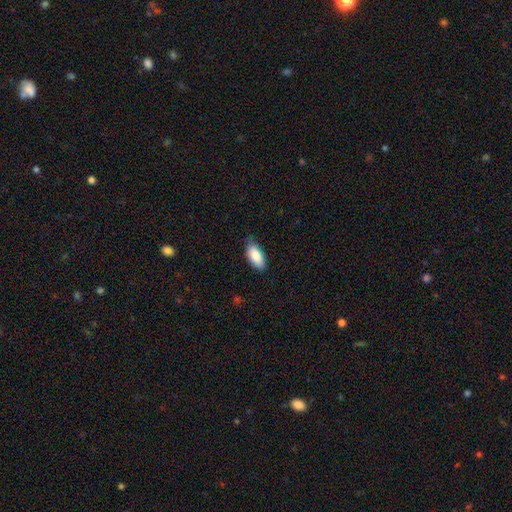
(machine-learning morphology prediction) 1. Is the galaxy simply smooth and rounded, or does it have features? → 86% smooth, 8% featured or disk, 6% star or artifact.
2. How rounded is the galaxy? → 89% in between, 8% cigar-shaped, 2% round.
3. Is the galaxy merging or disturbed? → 71% none, 25% minor disturbance, 3% major disturbance, 1% merger.